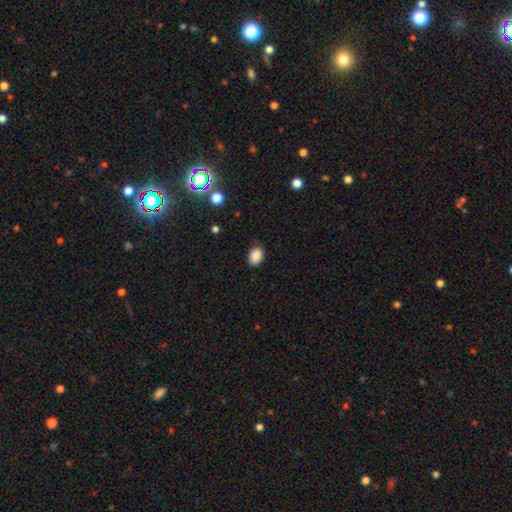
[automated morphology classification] This is clearly a smooth galaxy (88%). How rounded: likely in between (75%). Merging: clearly none (83%).